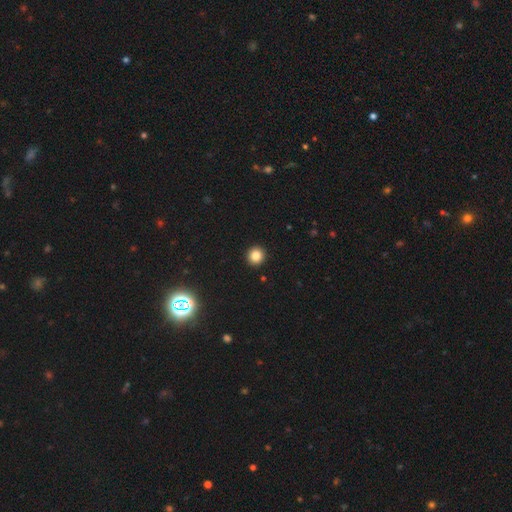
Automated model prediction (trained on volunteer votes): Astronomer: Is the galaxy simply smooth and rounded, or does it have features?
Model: smooth — 83%.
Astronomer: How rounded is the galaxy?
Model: round — 94%.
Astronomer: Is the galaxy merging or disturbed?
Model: none — 94%.